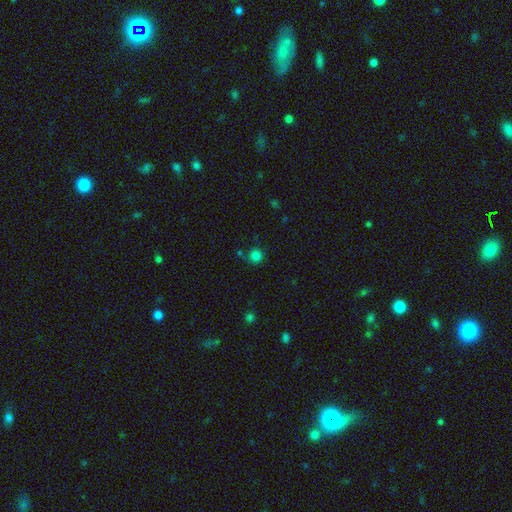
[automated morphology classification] Overall: smooth (81%). How rounded: round (92%). Merging: none (76%).